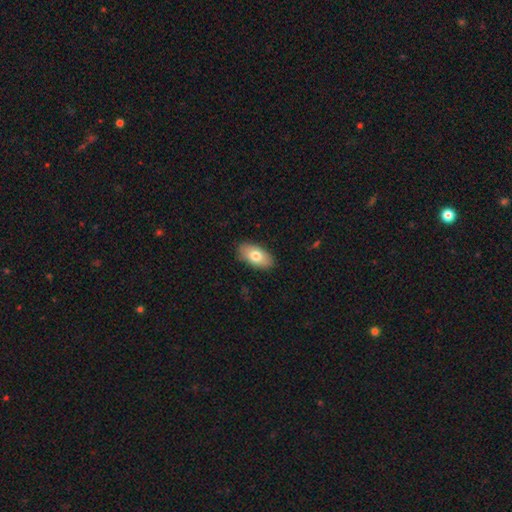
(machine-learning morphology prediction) Q: Smooth or featured?
A: smooth (77%); runner-up: featured or disk (17%)
Q: How rounded?
A: in between (93%); runner-up: cigar-shaped (3%)
Q: Merging?
A: none (88%); runner-up: minor disturbance (9%)